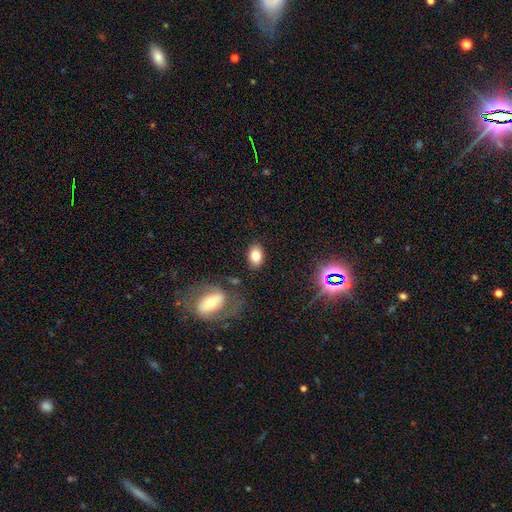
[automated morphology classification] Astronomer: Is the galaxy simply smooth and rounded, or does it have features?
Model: smooth — 79%.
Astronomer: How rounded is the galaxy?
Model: in between — 83%.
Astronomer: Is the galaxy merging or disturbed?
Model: none — 83%.